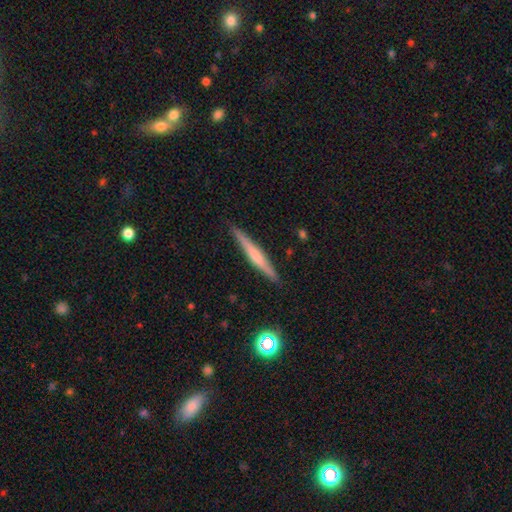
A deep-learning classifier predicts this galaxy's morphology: A featured or disk galaxy (51%) viewed edge-on (97%) with no central bulge (43%).

Vote fractions:
- Smooth or featured? featured or disk: 51% / smooth: 42% / star or artifact: 7%
- Edge-on disk? yes: 97% / no: 3%
- Edge-on bulge? none: 43% / rounded: 40% / boxy: 17%
- Merging? none: 90% / minor disturbance: 7% / major disturbance: 1% / merger: 1%